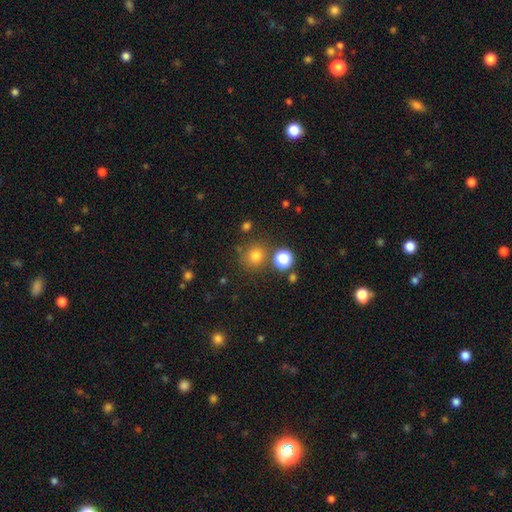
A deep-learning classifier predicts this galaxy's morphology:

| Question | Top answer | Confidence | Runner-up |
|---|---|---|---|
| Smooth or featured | smooth | 76% | star or artifact (17%) |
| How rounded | round | 89% | in between (10%) |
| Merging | none | 77% | minor disturbance (10%) |